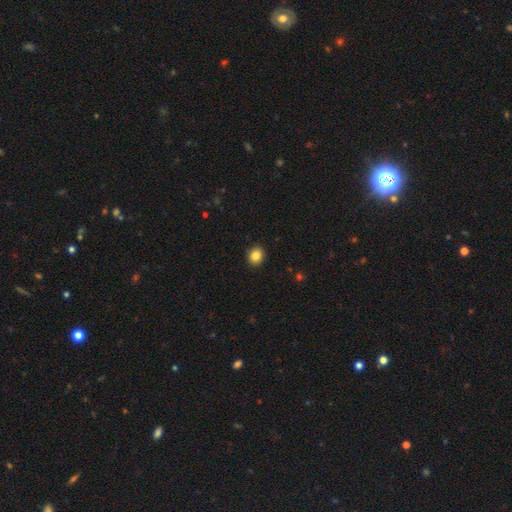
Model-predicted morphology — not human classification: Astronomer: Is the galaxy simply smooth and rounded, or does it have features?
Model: smooth — 85%.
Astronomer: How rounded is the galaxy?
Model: round — 74%.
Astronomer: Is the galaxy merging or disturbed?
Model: none — 92%.